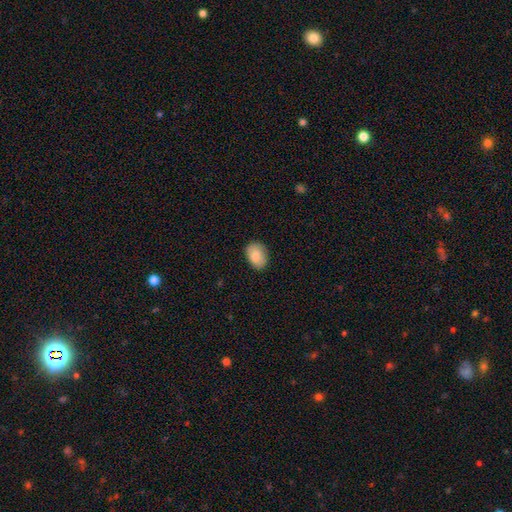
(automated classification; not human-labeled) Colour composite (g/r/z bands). It shows a smooth galaxy with no disk features (85%) that is in between round and cigar-shaped (78%). Merging: none (82%).